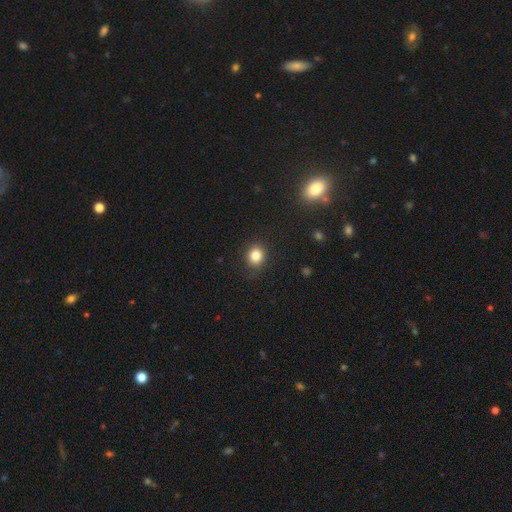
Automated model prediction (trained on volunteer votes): smooth-or-featured: smooth: 84% | star or artifact: 11% | featured or disk: 5%
  how-rounded: round: 81% | in between: 18% | cigar-shaped: 1%
  merging: none: 87% | minor disturbance: 9% | major disturbance: 3% | merger: 1%